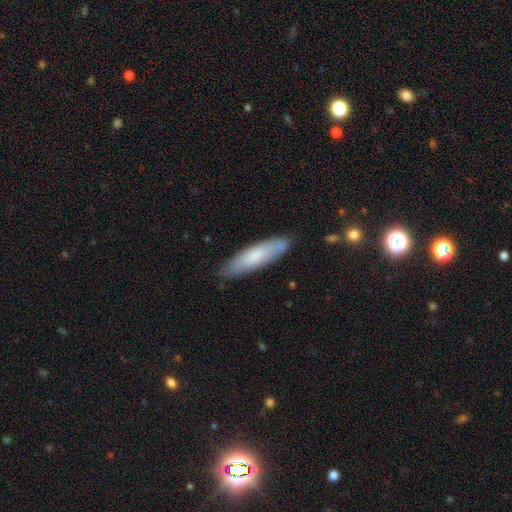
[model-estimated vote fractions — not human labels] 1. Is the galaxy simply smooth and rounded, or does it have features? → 74% smooth, 20% featured or disk, 6% star or artifact.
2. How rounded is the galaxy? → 66% cigar-shaped, 33% in between, 1% round.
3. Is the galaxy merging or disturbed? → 82% none, 14% minor disturbance, 2% major disturbance, 2% merger.